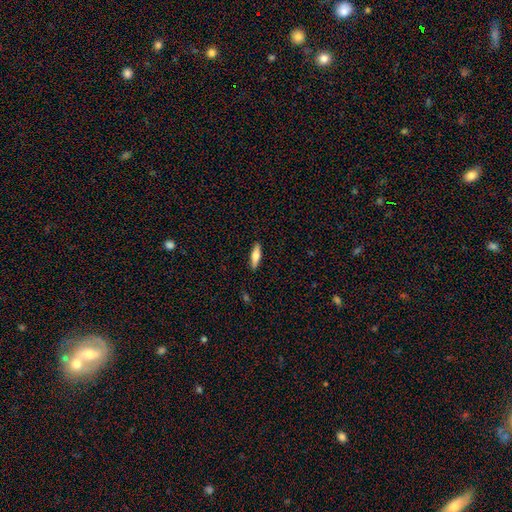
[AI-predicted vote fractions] Smooth or featured?
  - smooth: 64% *
  - featured or disk: 30%
  - star or artifact: 6%
How rounded?
  - cigar-shaped: 57% *
  - in between: 40%
  - round: 2%
Merging?
  - none: 90% *
  - minor disturbance: 7%
  - major disturbance: 2%
  - merger: 1%